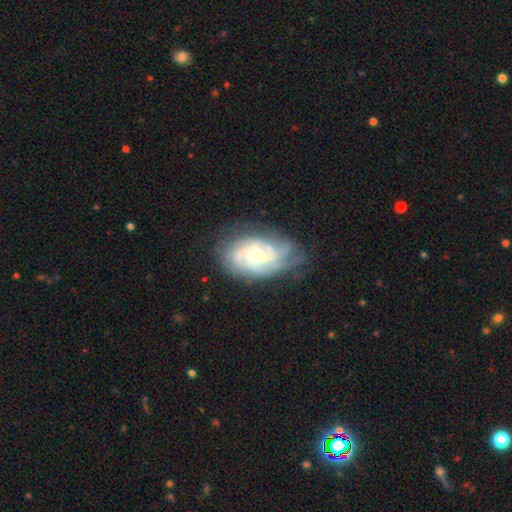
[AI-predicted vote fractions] Morphology: type=featured or disk (84%); edge-on=no (96%); bar=no (64%); spiral arms=yes (94%); winding=tight (64%); arm count=can't tell (35%); bulge=moderate (68%); merging=none (64%).